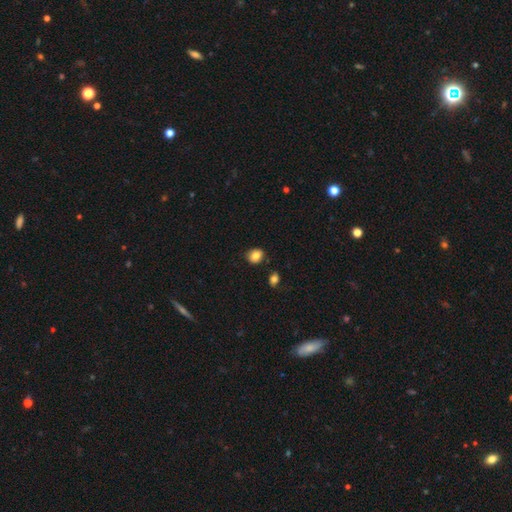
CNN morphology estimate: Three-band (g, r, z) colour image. It shows a smooth galaxy with no disk features (82%) that is round (69%). Merging: none (84%).